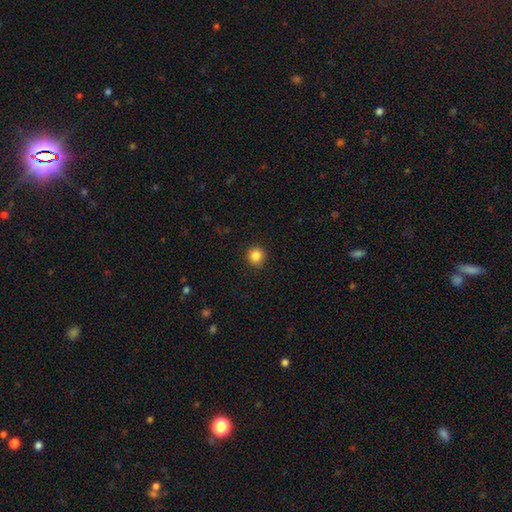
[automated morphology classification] This is clearly a smooth galaxy (85%). How rounded: clearly round (93%). Merging: clearly none (91%).